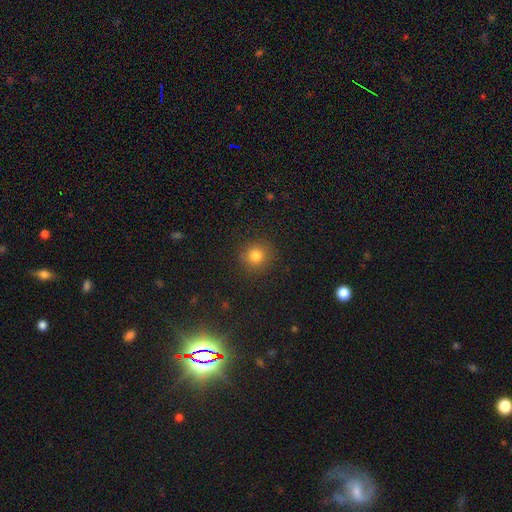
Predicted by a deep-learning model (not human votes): smooth-or-featured: smooth: 81% | star or artifact: 13% | featured or disk: 6%
  how-rounded: round: 91% | in between: 8% | cigar-shaped: 1%
  merging: none: 89% | minor disturbance: 7% | major disturbance: 3% | merger: 1%